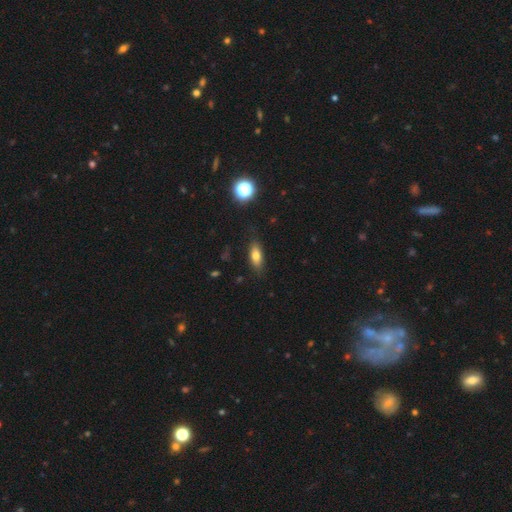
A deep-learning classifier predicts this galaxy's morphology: This is likely a smooth galaxy (73%). How rounded: likely in between (70%). Merging: clearly none (83%).